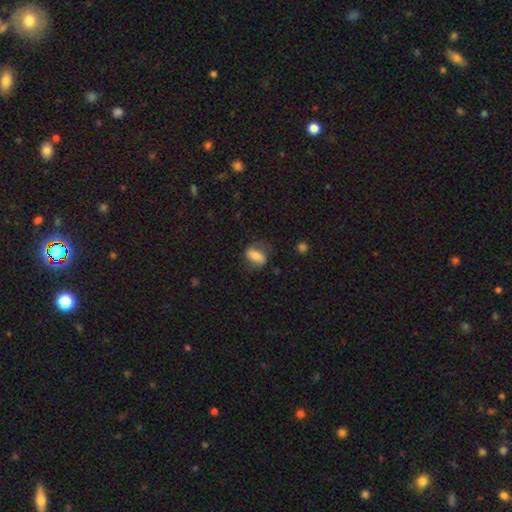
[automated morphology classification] Q: Smooth or featured?
A: smooth (68%); runner-up: featured or disk (24%)
Q: How rounded?
A: in between (81%); runner-up: cigar-shaped (10%)
Q: Merging?
A: none (65%); runner-up: minor disturbance (22%)